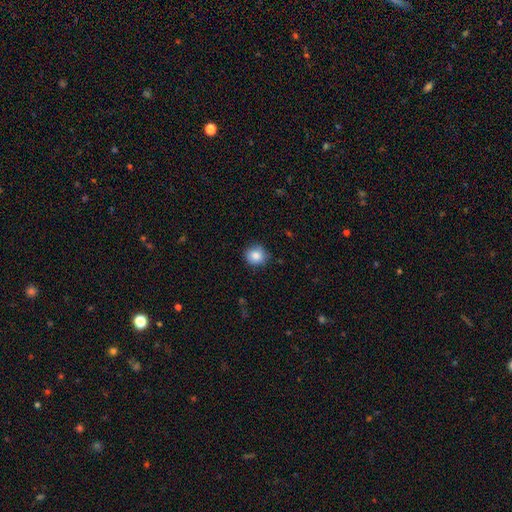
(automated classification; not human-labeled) Smooth or featured? smooth (86%)
How rounded? round (87%)
Merging? none (84%)